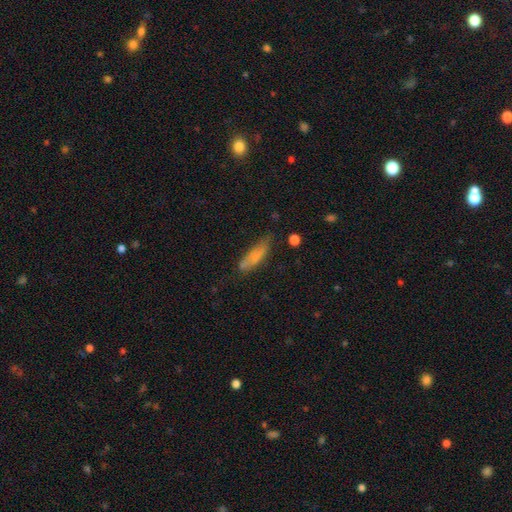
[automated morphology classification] Q: Smooth or featured?
A: smooth (74%); runner-up: featured or disk (17%)
Q: How rounded?
A: cigar-shaped (58%); runner-up: in between (40%)
Q: Merging?
A: none (57%); runner-up: minor disturbance (28%)